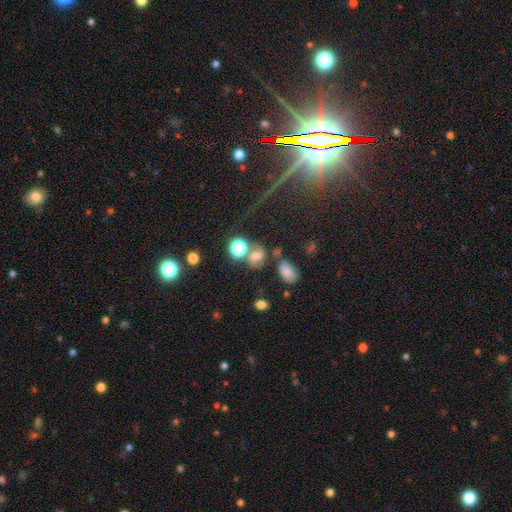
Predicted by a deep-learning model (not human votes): Morphology: type=smooth (60%); roundness=round (55%); merging=none (51%).